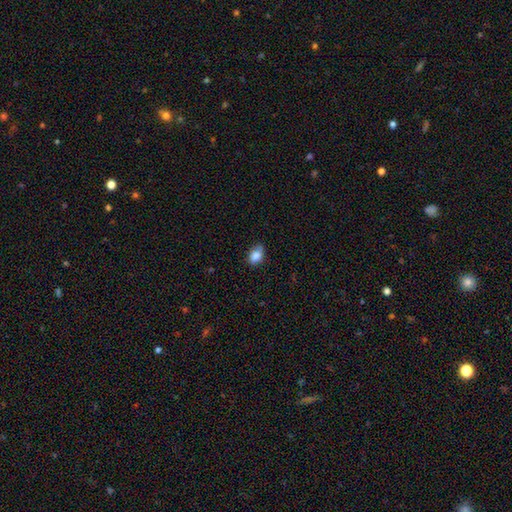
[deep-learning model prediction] The model was most divided on "merging": none: 70%, minor disturbance: 25%, major disturbance: 4%, merger: 2%. More confident: smooth or featured — smooth (84%); how rounded — in between (79%).